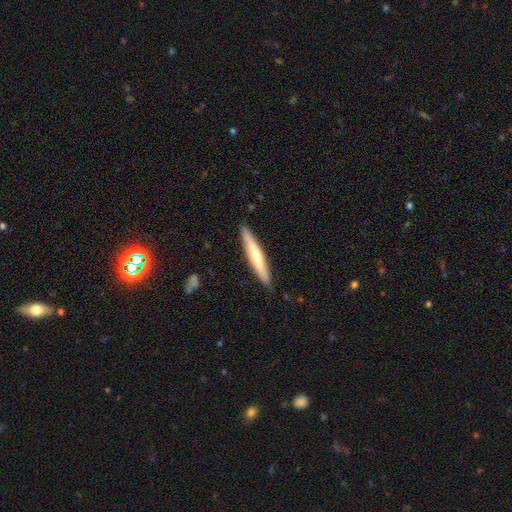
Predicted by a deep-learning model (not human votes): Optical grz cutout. It shows a smooth galaxy with no disk features (48%). Merging: none (90%).